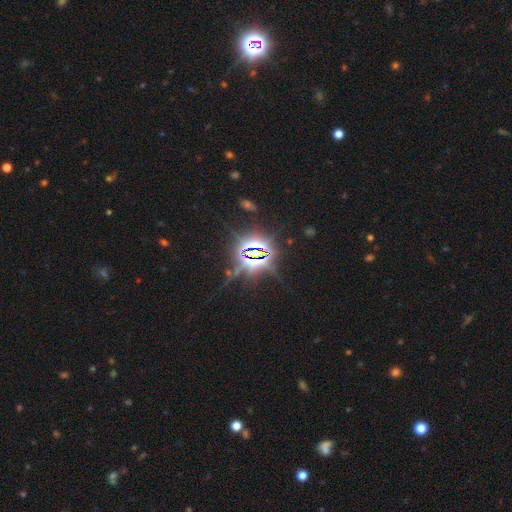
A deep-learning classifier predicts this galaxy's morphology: smooth_or_featured: star or artifact (p=0.86) [alt: smooth p=0.08]